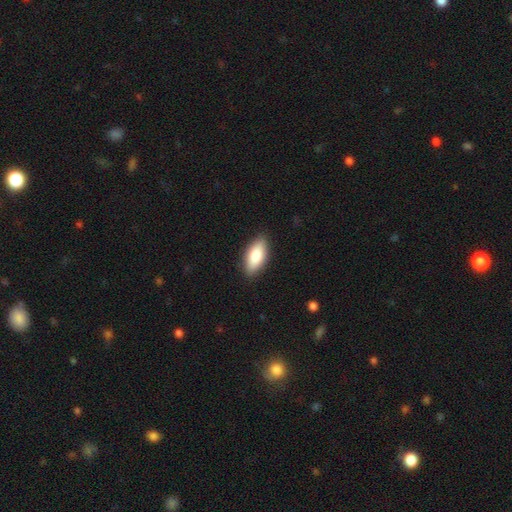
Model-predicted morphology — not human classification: Smooth or featured? Predicted: smooth (p=0.82). How rounded? Predicted: in between (p=0.86). Merging? Predicted: none (p=0.88).